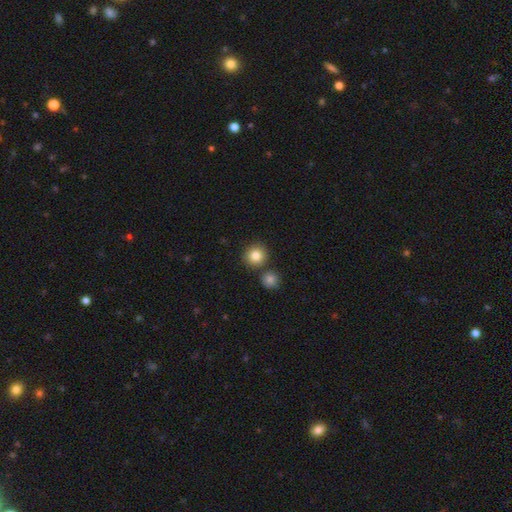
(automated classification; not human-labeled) smooth 84%, star or artifact 10%, featured or disk 6%. Down the decision tree: how rounded — round (91%); merging — none (78%).